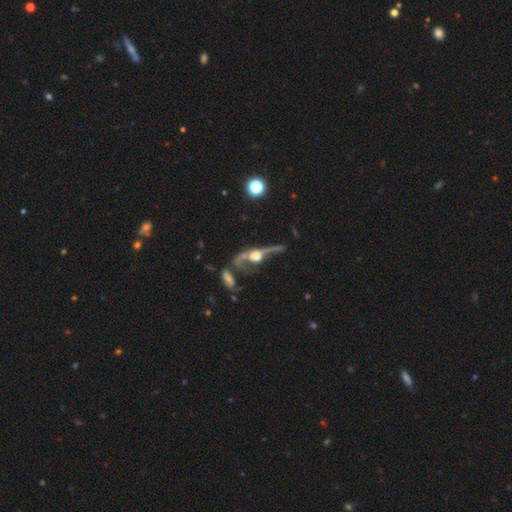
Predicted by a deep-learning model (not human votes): Smooth or featured? featured or disk (72%)
Edge-on disk? yes (65%)
Merging? none (33%)